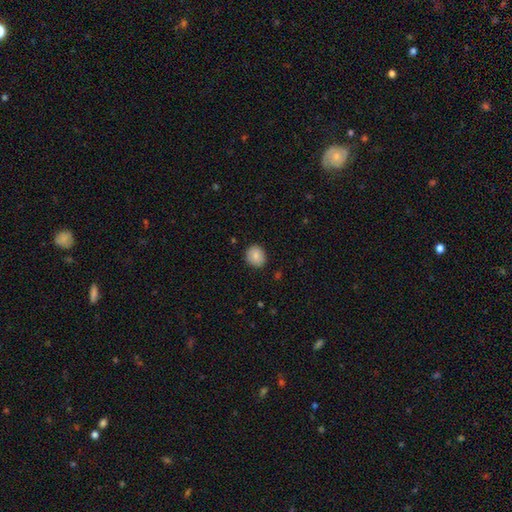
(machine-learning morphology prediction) A smooth galaxy with no disk features (84%) that is round (76%).

Vote fractions:
- Smooth or featured? smooth: 84% / featured or disk: 9% / star or artifact: 8%
- How rounded? round: 76% / in between: 24% / cigar-shaped: 1%
- Merging? none: 88% / minor disturbance: 9% / major disturbance: 2% / merger: 1%